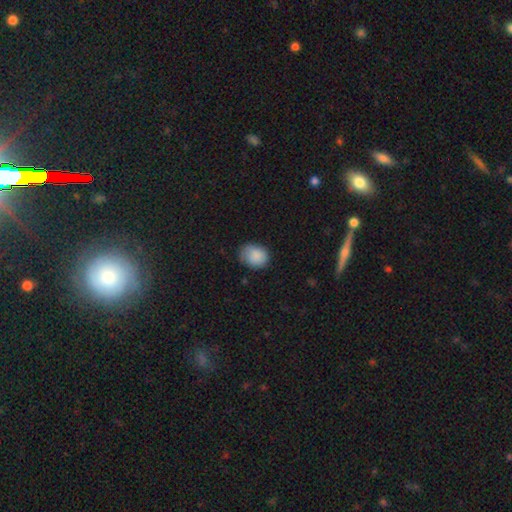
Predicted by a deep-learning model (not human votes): Overall: smooth (86%). How rounded: round (52%; in between 47%). Merging: none (67%).